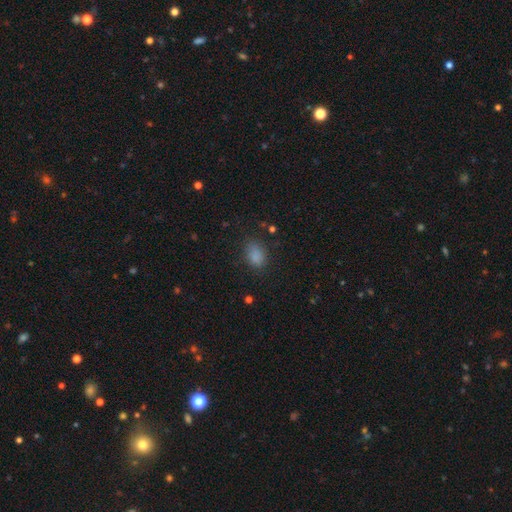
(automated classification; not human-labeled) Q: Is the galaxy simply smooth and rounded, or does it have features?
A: smooth — 82%.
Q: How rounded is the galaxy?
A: in between — 73%.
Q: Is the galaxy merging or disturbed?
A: none — 72%.